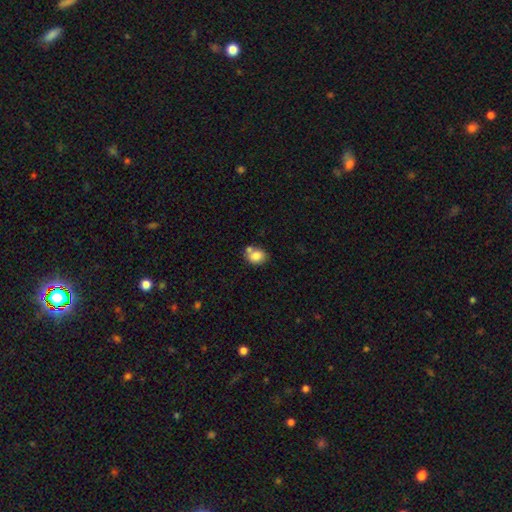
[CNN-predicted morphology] Smooth or featured? Predicted: smooth (p=0.80). How rounded? Predicted: round (p=0.52). Merging? Predicted: none (p=0.48).